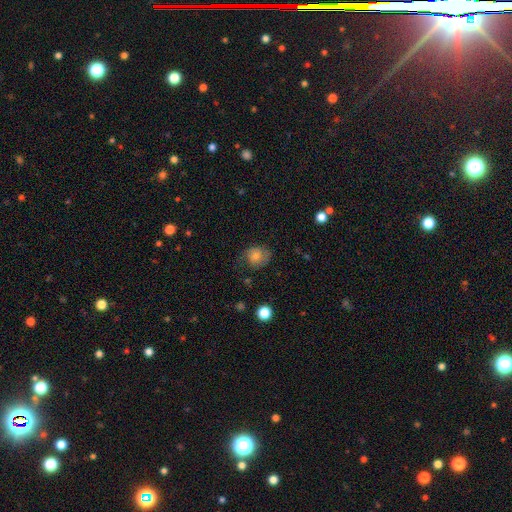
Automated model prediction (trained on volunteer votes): This appears to be a smooth galaxy with no disk features (54%) that is round (66%). Merging: none (61%).